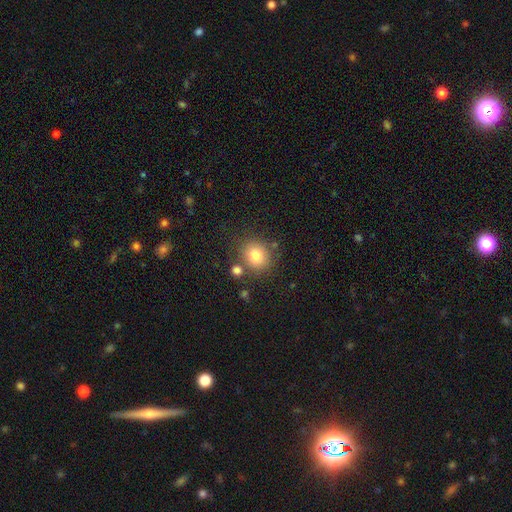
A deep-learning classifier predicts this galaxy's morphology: Smooth or featured? smooth (79%)
How rounded? round (79%)
Merging? none (74%)